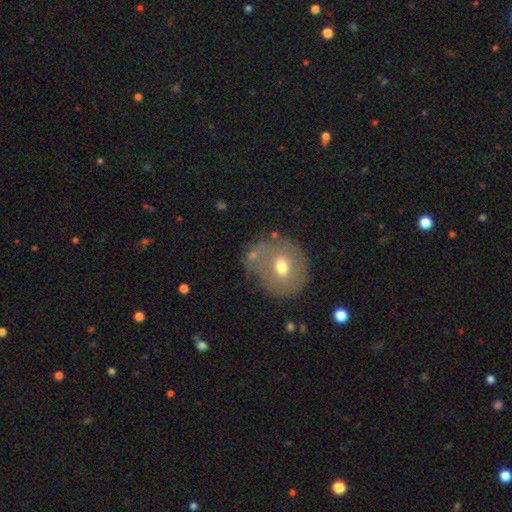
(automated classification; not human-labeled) A smooth galaxy with no disk features (57%) that is round (71%).

Vote fractions:
- Smooth or featured? smooth: 57% / featured or disk: 33% / star or artifact: 11%
- How rounded? round: 71% / in between: 28% / cigar-shaped: 1%
- Merging? none: 58% / minor disturbance: 20% / merger: 13% / major disturbance: 9%